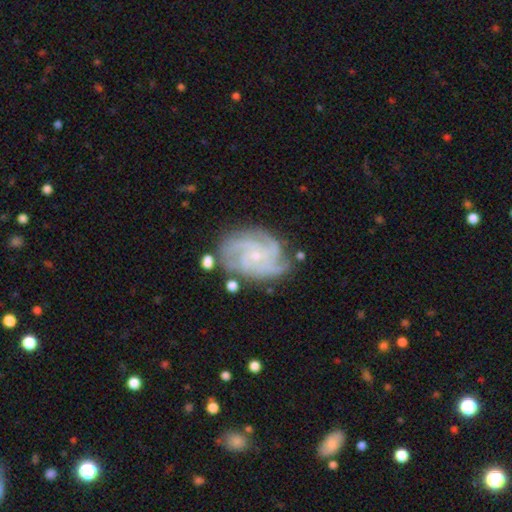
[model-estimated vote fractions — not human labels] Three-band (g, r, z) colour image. It shows a featured or disk galaxy (89%) with no bar (72%), 4 (41%) tight (62%) spiral arms (98%) and a small central bulge (81%). Merging: none (72%).